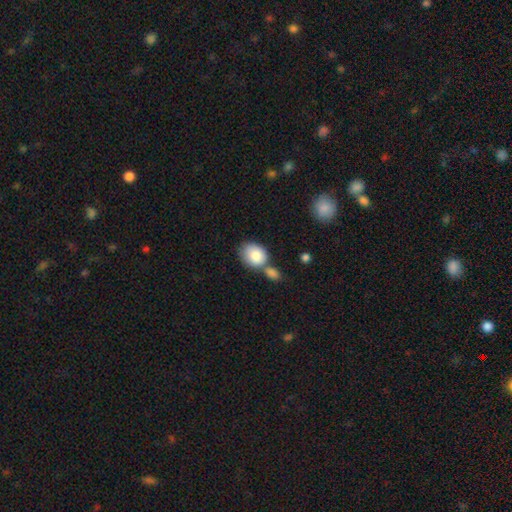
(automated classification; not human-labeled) smooth 84%, featured or disk 9%, star or artifact 7%. Down the decision tree: how rounded — in between (55%); merging — merger (41%).